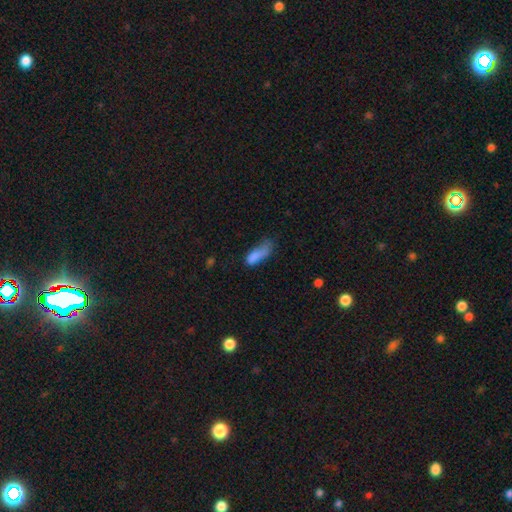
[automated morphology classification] Overall: smooth (78%). How rounded: in between (64%; cigar-shaped 33%). Merging: major disturbance (34%; minor disturbance 33%).